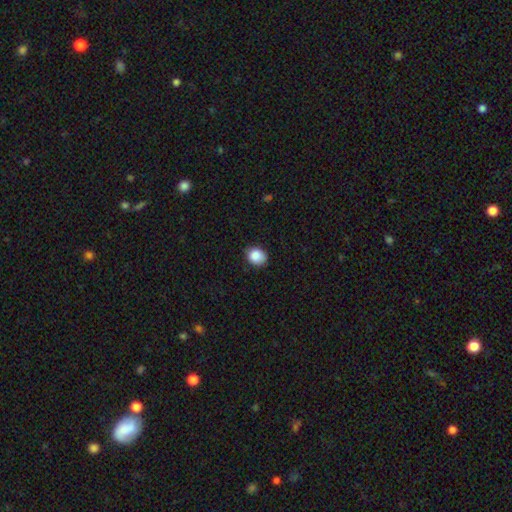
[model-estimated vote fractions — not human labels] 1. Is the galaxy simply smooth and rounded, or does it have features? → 88% smooth, 9% star or artifact, 4% featured or disk.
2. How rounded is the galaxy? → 61% round, 38% in between, 1% cigar-shaped.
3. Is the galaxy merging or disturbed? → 78% none, 18% minor disturbance, 3% major disturbance, 1% merger.